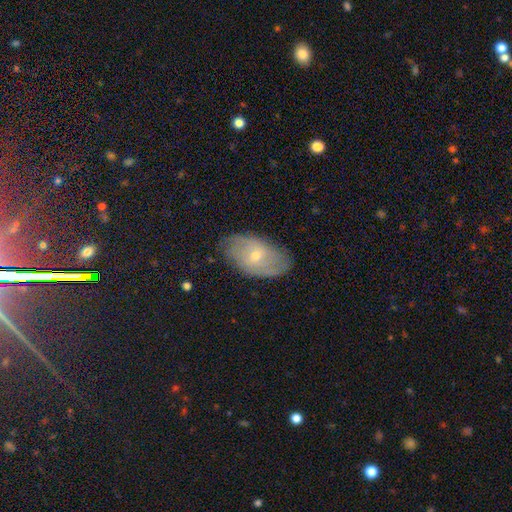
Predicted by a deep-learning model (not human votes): This appears to be a featured or disk galaxy (56%) with no bar (62%), spiral arms (71%) and a small central bulge (60%). Merging: none (75%).